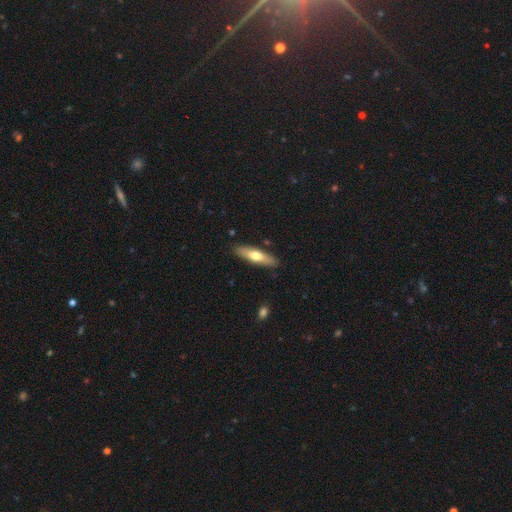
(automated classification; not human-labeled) The model was most divided on "smooth or featured": smooth: 57%, featured or disk: 37%, star or artifact: 5%. More confident: merging — none (88%); how rounded — cigar-shaped (68%).